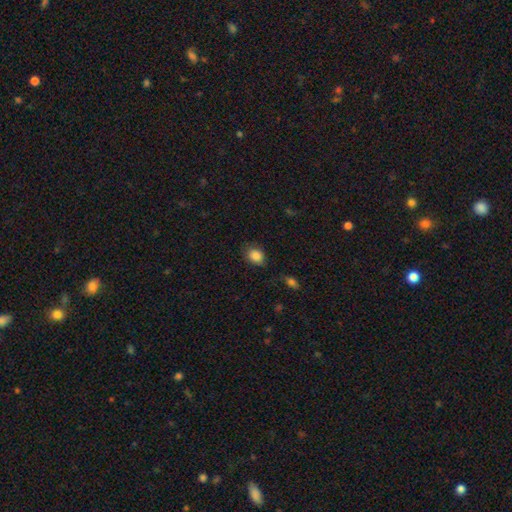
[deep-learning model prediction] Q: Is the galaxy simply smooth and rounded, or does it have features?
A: smooth — 86%.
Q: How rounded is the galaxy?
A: in between — 50%.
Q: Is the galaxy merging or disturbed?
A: none — 76%.